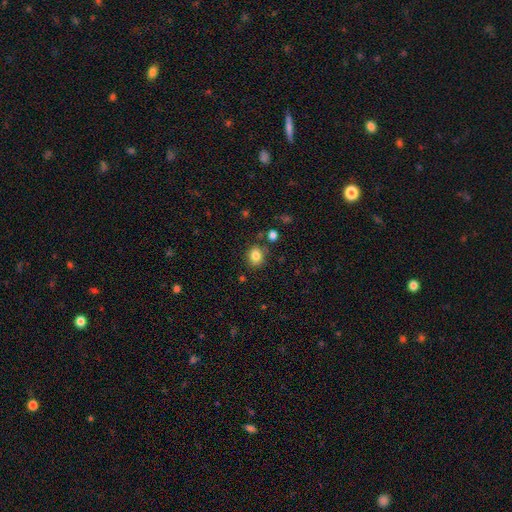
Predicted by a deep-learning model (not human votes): Smooth or featured?
  - smooth: 83% *
  - star or artifact: 11%
  - featured or disk: 6%
How rounded?
  - round: 66% *
  - in between: 34%
  - cigar-shaped: 1%
Merging?
  - none: 79% *
  - minor disturbance: 12%
  - merger: 6%
  - major disturbance: 3%